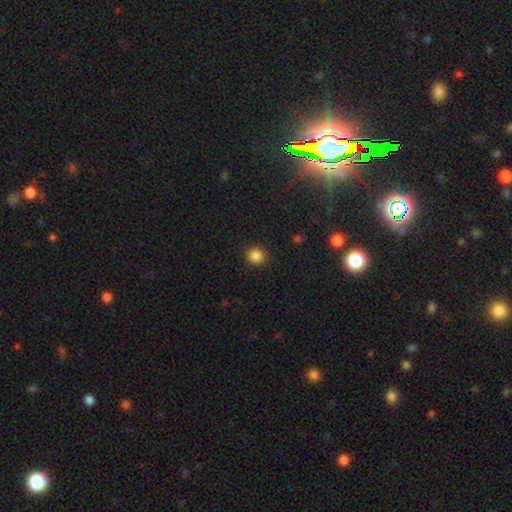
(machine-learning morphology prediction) smooth 85%, star or artifact 11%, featured or disk 3%. Down the decision tree: how rounded — round (89%); merging — none (91%).